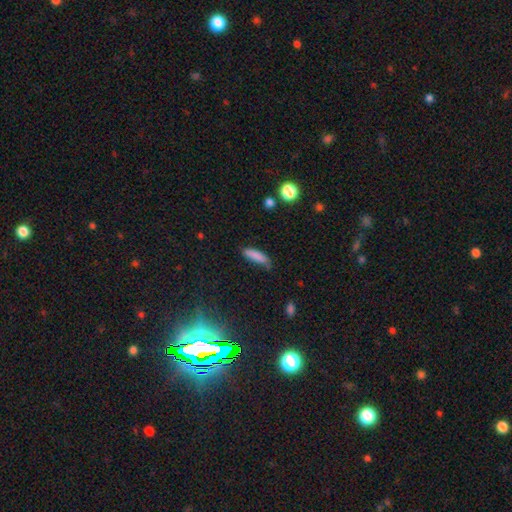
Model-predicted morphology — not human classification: A smooth galaxy with no disk features (82%) that is cigar-shaped (65%).

Vote fractions:
- Smooth or featured? smooth: 82% / featured or disk: 10% / star or artifact: 8%
- How rounded? cigar-shaped: 65% / in between: 33% / round: 2%
- Merging? none: 61% / minor disturbance: 29% / major disturbance: 7% / merger: 3%